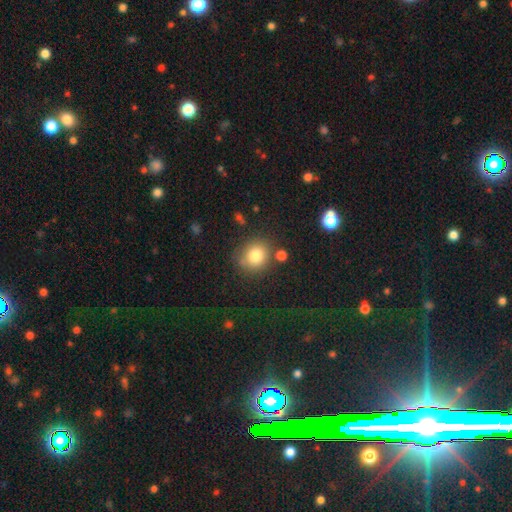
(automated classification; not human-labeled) Overall: smooth (80%). How rounded: round (82%). Merging: none (76%).